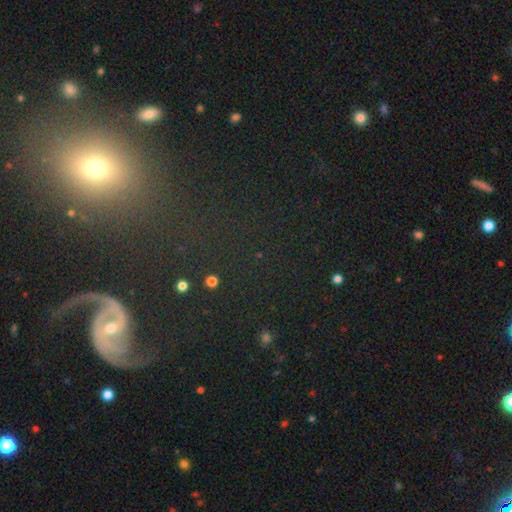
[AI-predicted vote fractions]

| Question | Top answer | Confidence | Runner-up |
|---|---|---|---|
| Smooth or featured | featured or disk | 53% | star or artifact (28%) |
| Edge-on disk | no | 87% | yes (13%) |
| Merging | none | 71% | minor disturbance (13%) |